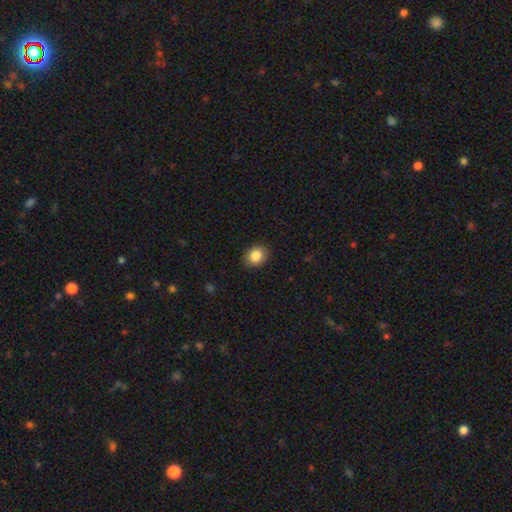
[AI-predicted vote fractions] Morphology: type=smooth (86%); roundness=round (51%); merging=none (88%).